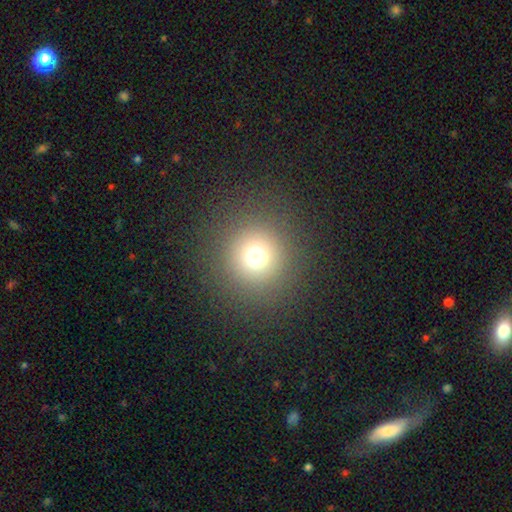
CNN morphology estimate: A smooth galaxy with no disk features (70%) that is round (95%). Merging: none (88%).